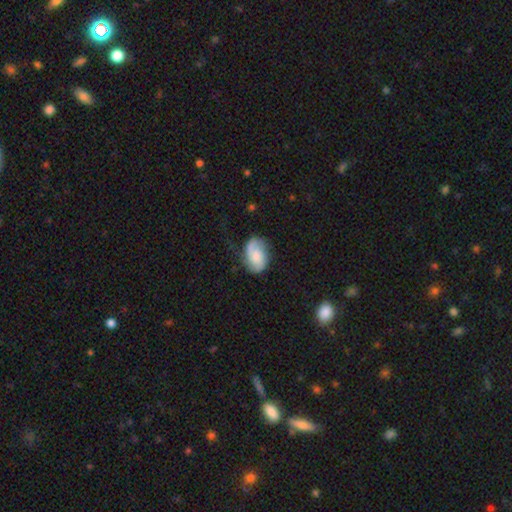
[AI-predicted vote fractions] The model was most divided on "smooth or featured": featured or disk: 51%, smooth: 41%, star or artifact: 7%. More confident: edge-on disk — no (97%); merging — none (66%).